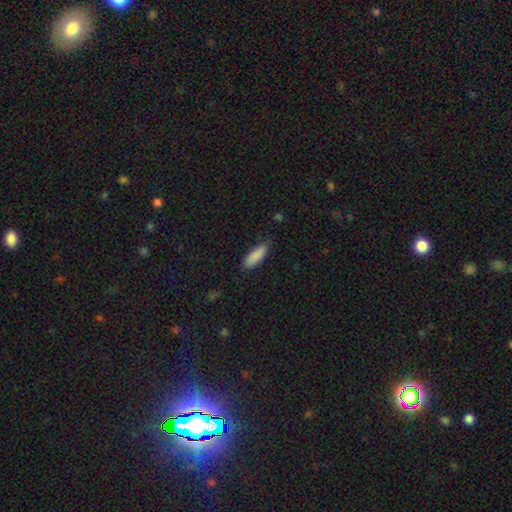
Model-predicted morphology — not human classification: This is clearly a smooth galaxy (88%). How rounded: possibly in between (56%). Merging: clearly none (81%).